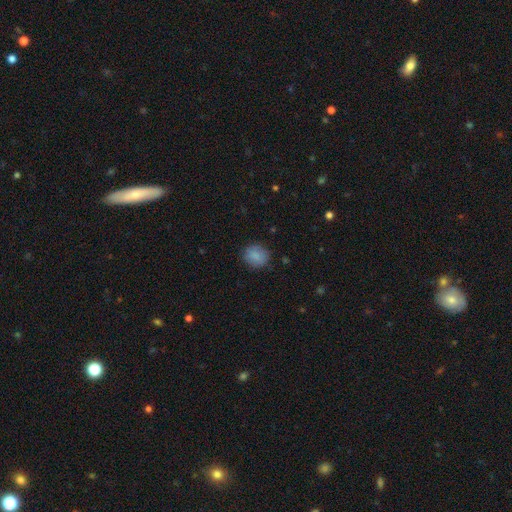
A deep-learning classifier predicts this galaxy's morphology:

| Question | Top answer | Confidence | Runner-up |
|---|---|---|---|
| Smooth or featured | smooth | 86% | star or artifact (8%) |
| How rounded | round | 74% | in between (25%) |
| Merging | none | 83% | minor disturbance (13%) |